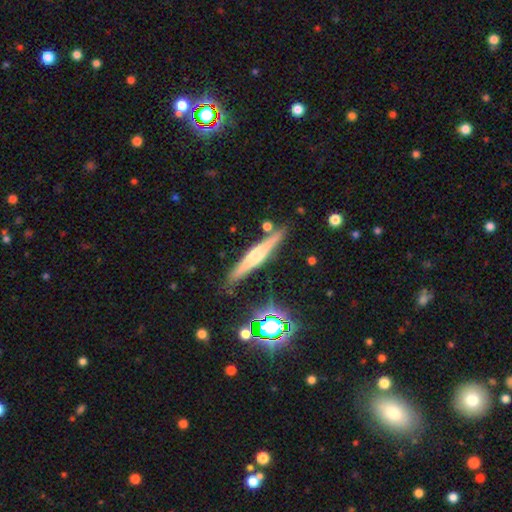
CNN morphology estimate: Overall: featured or disk (60%; smooth 30%). Edge-on disk: yes (96%). Edge-on bulge: rounded (79%). Merging: none (85%).